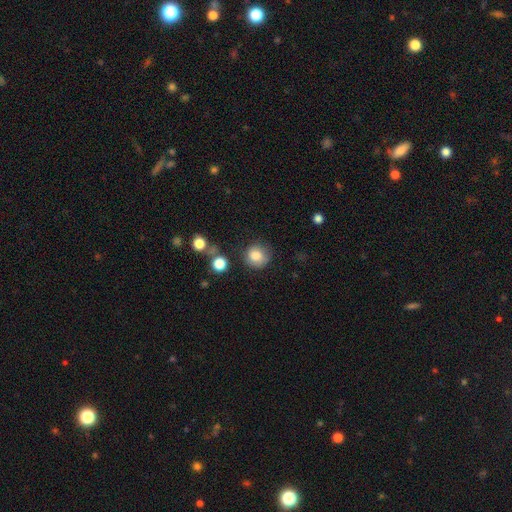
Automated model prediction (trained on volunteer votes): smooth 83%, star or artifact 9%, featured or disk 7%. Down the decision tree: how rounded — round (88%); merging — none (72%).